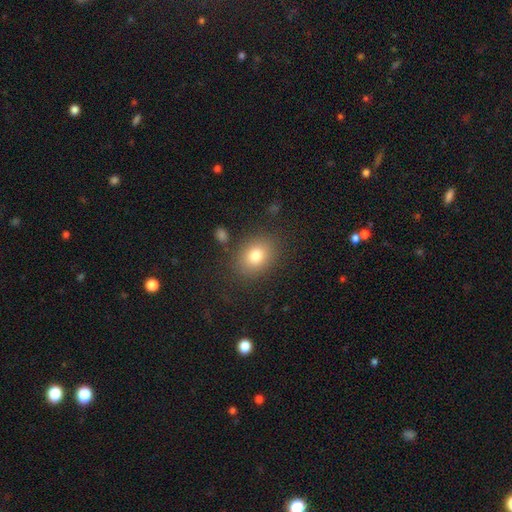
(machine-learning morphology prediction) This appears to be a smooth galaxy with no disk features (80%) that is in between round and cigar-shaped (57%). Merging: none (83%).